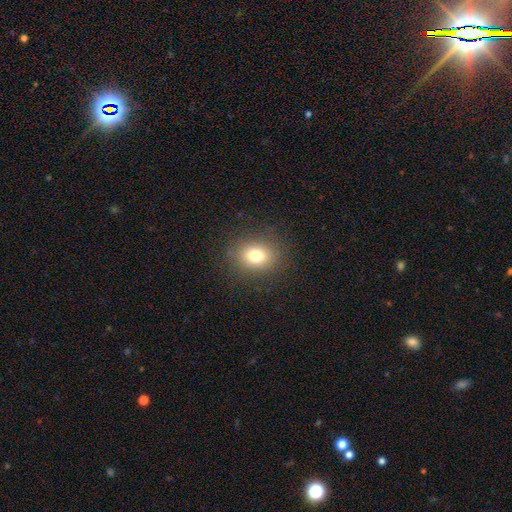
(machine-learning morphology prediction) This is likely a smooth galaxy (77%). How rounded: possibly round (59%). Merging: clearly none (87%).